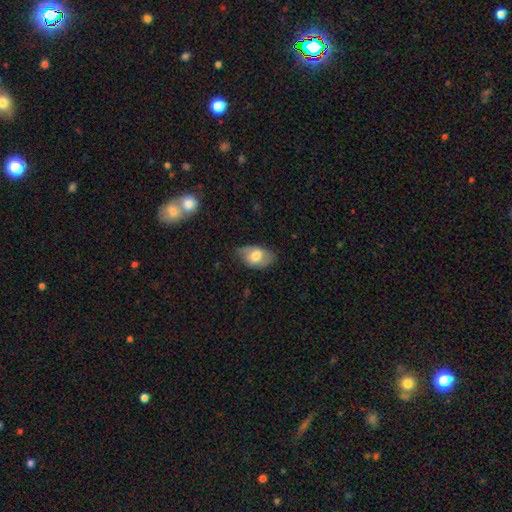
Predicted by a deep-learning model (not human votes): The model was most divided on "smooth or featured": smooth: 68%, featured or disk: 25%, star or artifact: 7%. More confident: how rounded — in between (90%); merging — none (68%).